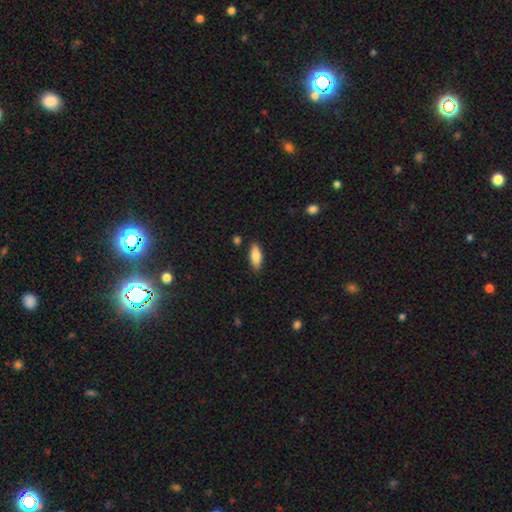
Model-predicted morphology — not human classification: Overall: smooth (79%). How rounded: in between (69%; cigar-shaped 29%). Merging: none (85%).